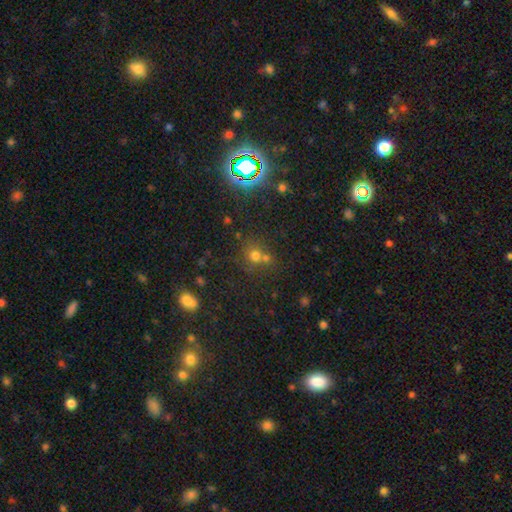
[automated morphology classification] Q: Smooth or featured?
A: smooth (63%); runner-up: star or artifact (26%)
Q: How rounded?
A: round (85%); runner-up: in between (14%)
Q: Merging?
A: none (56%); runner-up: merger (31%)